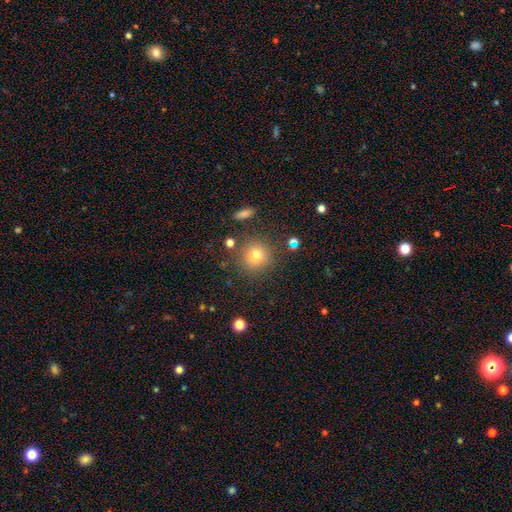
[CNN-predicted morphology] Smooth or featured? Predicted: smooth (p=0.77). How rounded? Predicted: round (p=0.91). Merging? Predicted: none (p=0.83).